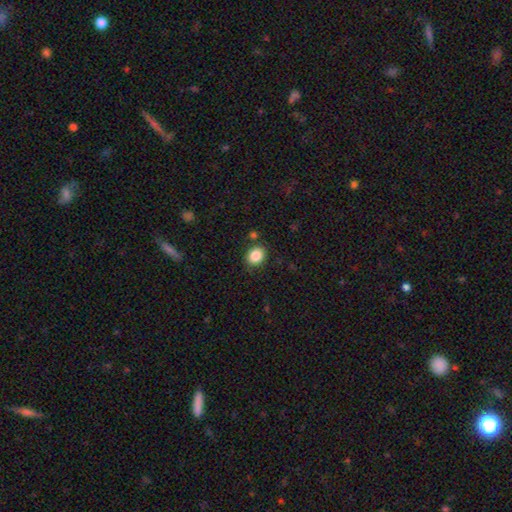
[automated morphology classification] Smooth or featured?
  - smooth: 86% *
  - star or artifact: 9%
  - featured or disk: 4%
How rounded?
  - round: 61% *
  - in between: 38%
  - cigar-shaped: 1%
Merging?
  - none: 84% *
  - minor disturbance: 10%
  - merger: 3%
  - major disturbance: 3%